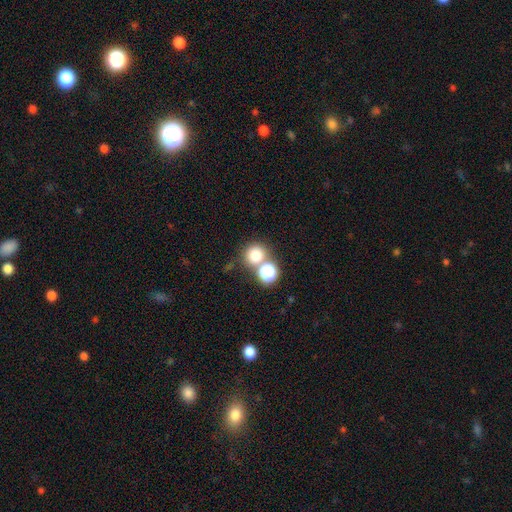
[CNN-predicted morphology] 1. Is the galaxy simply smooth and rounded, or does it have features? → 74% smooth, 18% star or artifact, 8% featured or disk.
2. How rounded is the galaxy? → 85% round, 14% in between, 1% cigar-shaped.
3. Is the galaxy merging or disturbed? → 57% none, 31% merger, 8% minor disturbance, 4% major disturbance.